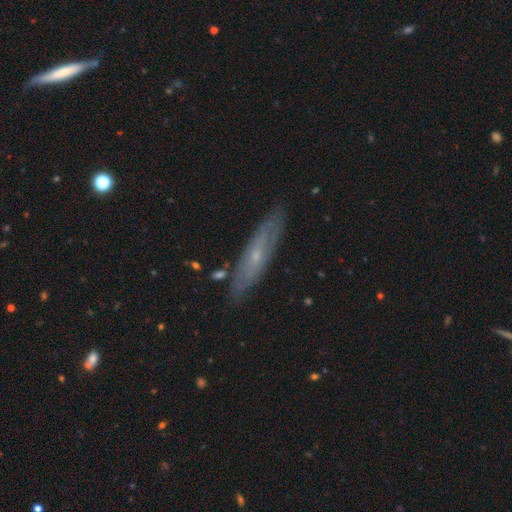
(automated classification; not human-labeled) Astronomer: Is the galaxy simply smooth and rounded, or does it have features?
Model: featured or disk — 59%.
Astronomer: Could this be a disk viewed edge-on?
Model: yes — 55% (runner-up: no, 45%).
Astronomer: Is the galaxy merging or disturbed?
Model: none — 83%.